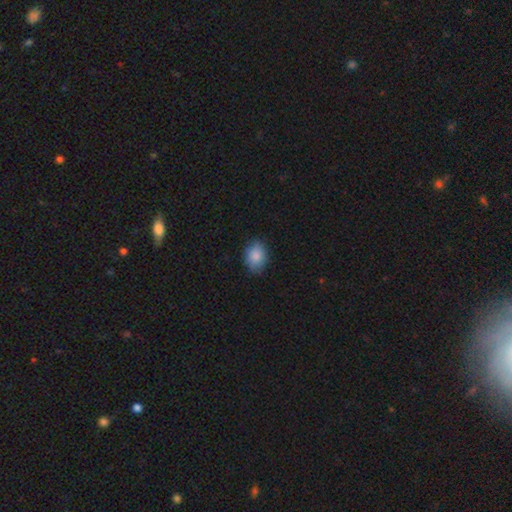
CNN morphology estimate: A smooth galaxy with no disk features (86%) that is in between round and cigar-shaped (67%).

Vote fractions:
- Smooth or featured? smooth: 86% / star or artifact: 8% / featured or disk: 7%
- How rounded? in between: 67% / round: 32% / cigar-shaped: 1%
- Merging? none: 80% / minor disturbance: 16% / major disturbance: 3% / merger: 1%